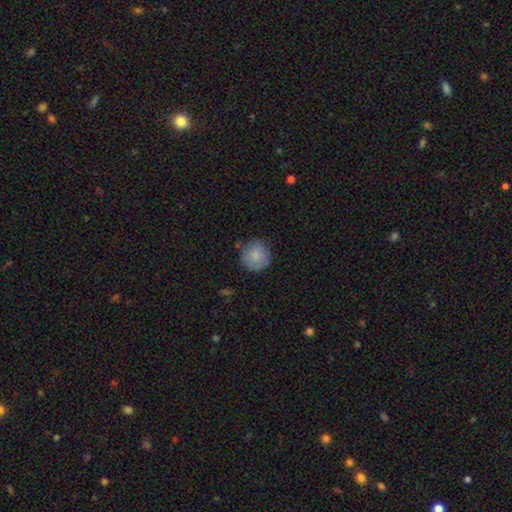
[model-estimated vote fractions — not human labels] Smooth or featured?
  - smooth: 84% *
  - featured or disk: 9%
  - star or artifact: 7%
How rounded?
  - round: 94% *
  - in between: 5%
  - cigar-shaped: 1%
Merging?
  - none: 83% *
  - minor disturbance: 13%
  - major disturbance: 3%
  - merger: 2%